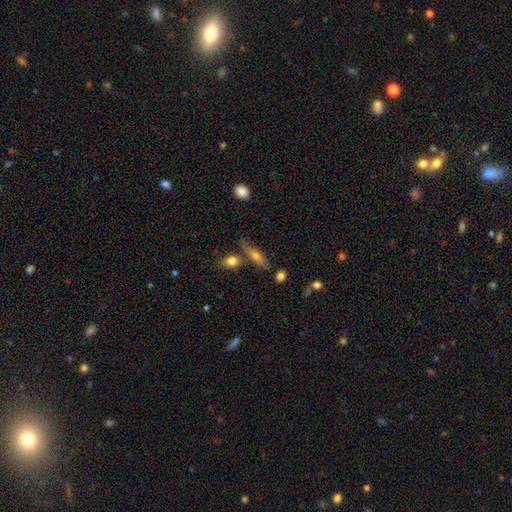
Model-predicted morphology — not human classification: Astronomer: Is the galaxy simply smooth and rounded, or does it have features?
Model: smooth — 56% (runner-up: featured or disk, 35%).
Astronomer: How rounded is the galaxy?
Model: cigar-shaped — 52% (runner-up: in between, 42%).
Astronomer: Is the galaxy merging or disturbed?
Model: none — 62%.